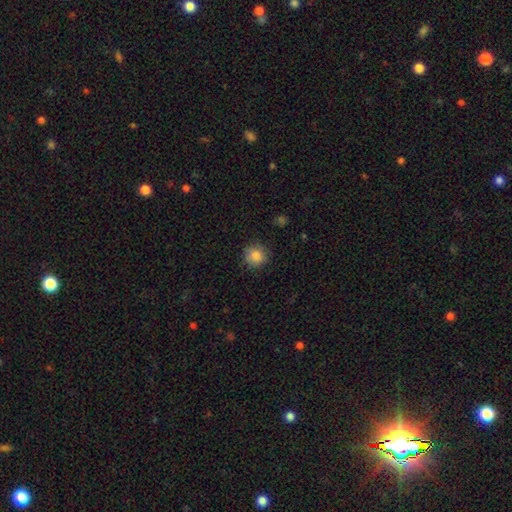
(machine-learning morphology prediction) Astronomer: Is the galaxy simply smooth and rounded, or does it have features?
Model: smooth — 86%.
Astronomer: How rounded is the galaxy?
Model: round — 93%.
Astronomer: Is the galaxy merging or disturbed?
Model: none — 87%.